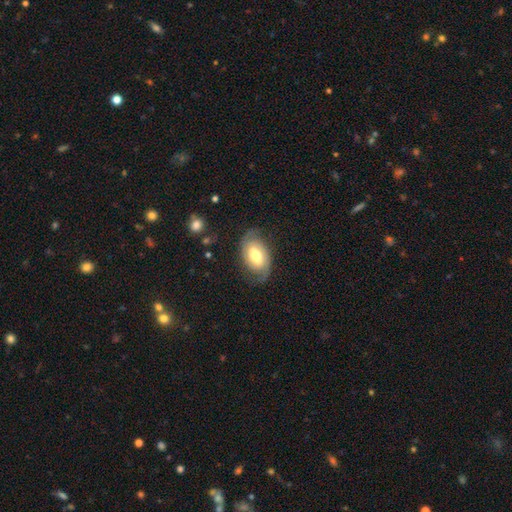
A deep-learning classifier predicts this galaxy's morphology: This appears to be a featured or disk galaxy (55%) with a weak bar (41%), spiral arms (80%) and a moderate central bulge (66%). Merging: none (69%).